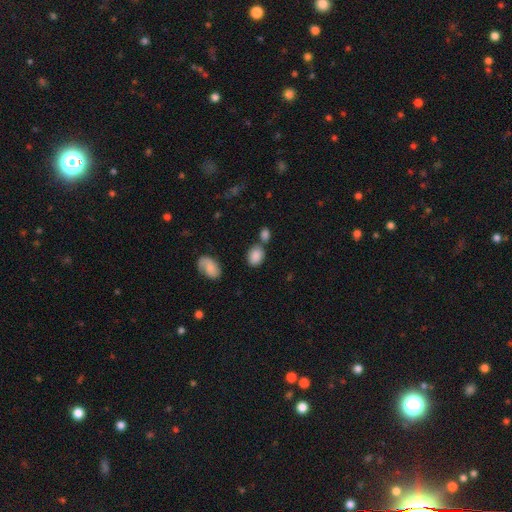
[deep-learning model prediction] smooth_or_featured: smooth (p=0.84) [alt: star or artifact p=0.08]
how_rounded: in between (p=0.71) [alt: round p=0.28]
merging: none (p=0.58) [alt: merger p=0.23]